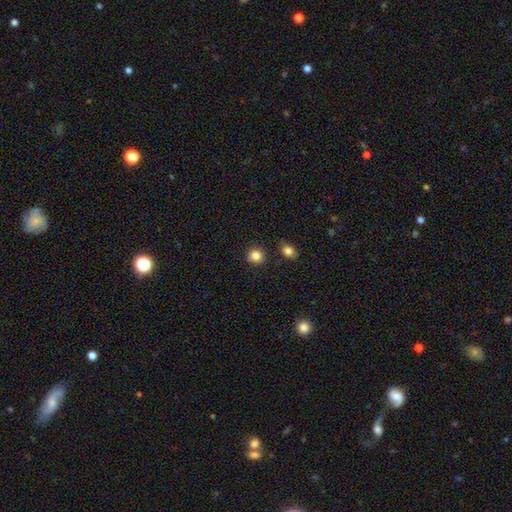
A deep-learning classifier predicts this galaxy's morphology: This appears to be a smooth galaxy with no disk features (85%) that is round (86%). Merging: none (83%).